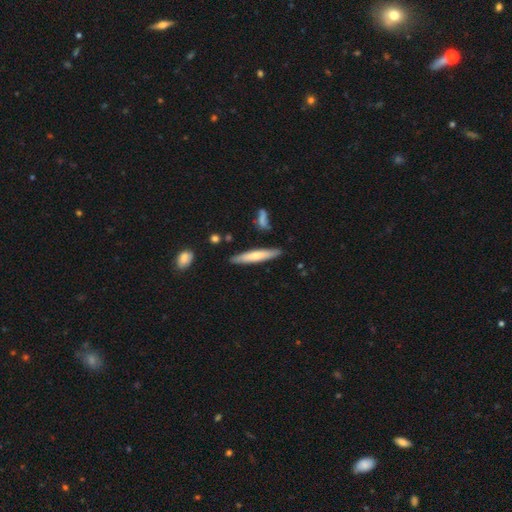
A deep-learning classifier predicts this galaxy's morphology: smooth 60%, featured or disk 35%, star or artifact 5%. Down the decision tree: how rounded — cigar-shaped (89%); merging — none (85%).